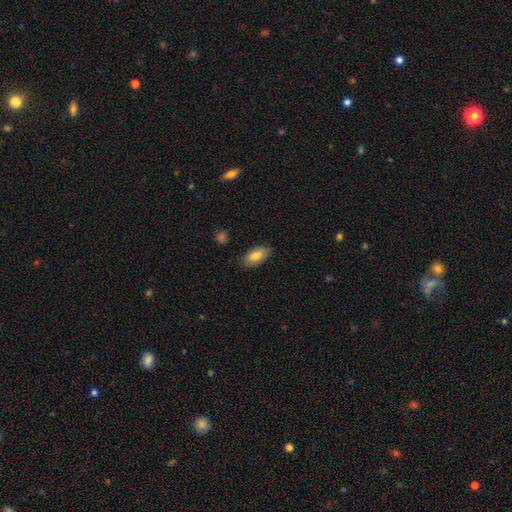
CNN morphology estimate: Smooth or featured?
  - smooth: 83% *
  - featured or disk: 10%
  - star or artifact: 6%
How rounded?
  - in between: 92% *
  - cigar-shaped: 5%
  - round: 3%
Merging?
  - none: 85% *
  - minor disturbance: 12%
  - major disturbance: 2%
  - merger: 1%